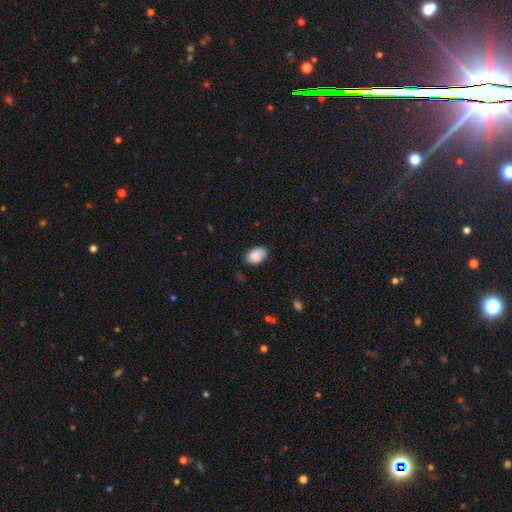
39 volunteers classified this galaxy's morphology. smooth-or-featured: smooth: 90% | featured or disk: 8% | star or artifact: 3%
  how-rounded: in between: 86% | round: 11% | cigar-shaped: 3%
  merging: none: 87% | minor disturbance: 11% | merger: 3% | major disturbance: 0%